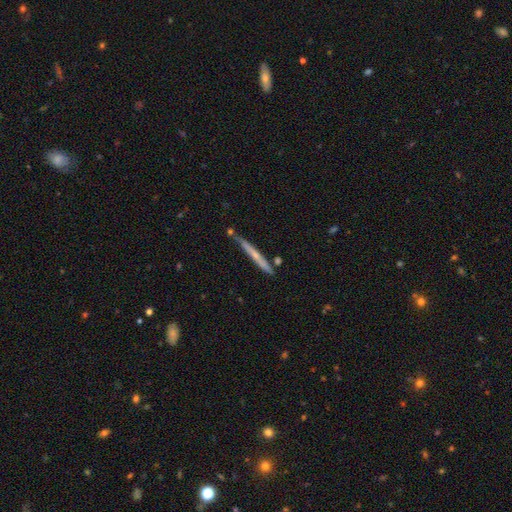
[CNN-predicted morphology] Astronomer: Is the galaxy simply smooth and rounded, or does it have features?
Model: featured or disk — 59% (runner-up: smooth, 34%).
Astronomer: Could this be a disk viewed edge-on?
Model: yes — 96%.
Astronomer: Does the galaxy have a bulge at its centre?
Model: none — 53% (runner-up: rounded, 43%).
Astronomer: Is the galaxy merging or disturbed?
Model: none — 77%.